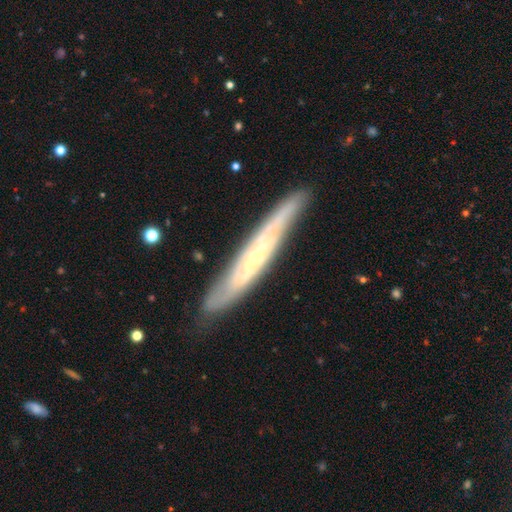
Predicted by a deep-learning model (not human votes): Smooth or featured: featured or disk — 69% (smooth — 24%)
Edge-on disk: yes — 67% (no — 33%)
Merging: none — 82% (minor disturbance — 13%)